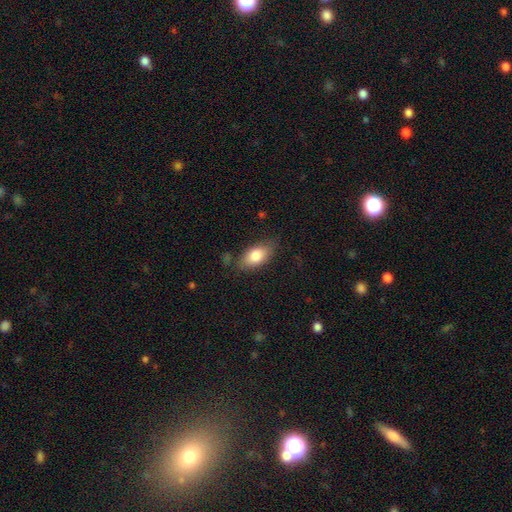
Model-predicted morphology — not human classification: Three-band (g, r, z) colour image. It shows a smooth galaxy with no disk features (78%) that is in between round and cigar-shaped (89%). Merging: none (76%).